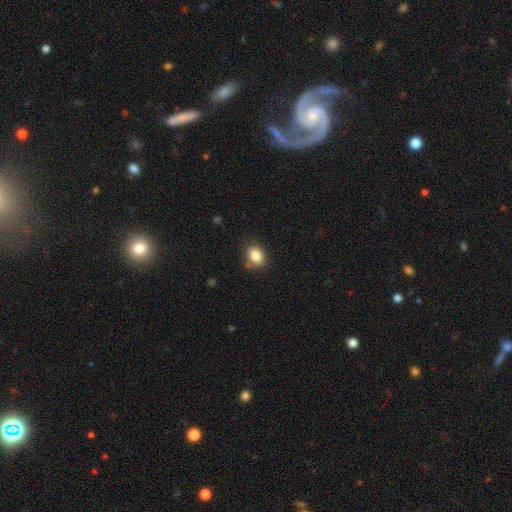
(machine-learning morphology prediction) This is clearly a smooth galaxy (85%). How rounded: possibly in between (54%). Merging: likely none (79%).